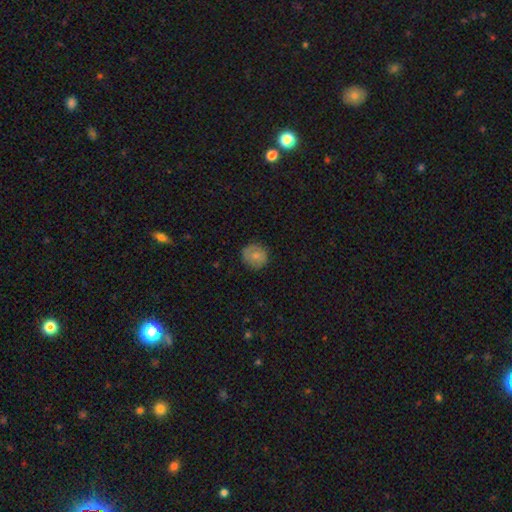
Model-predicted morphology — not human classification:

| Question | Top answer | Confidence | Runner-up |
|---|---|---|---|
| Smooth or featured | smooth | 74% | featured or disk (17%) |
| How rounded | round | 87% | in between (12%) |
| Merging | none | 82% | minor disturbance (14%) |